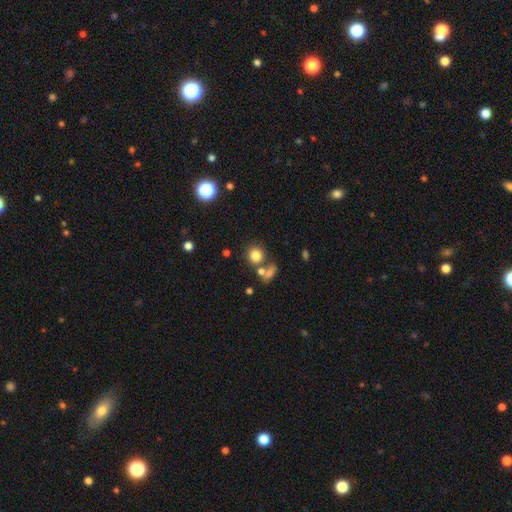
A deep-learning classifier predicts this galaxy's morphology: Smooth or featured: smooth — 79% (star or artifact — 13%)
How rounded: round — 85% (in between — 14%)
Merging: none — 64% (merger — 22%)